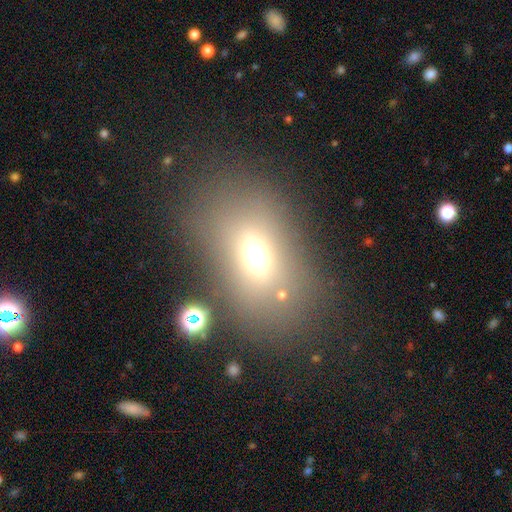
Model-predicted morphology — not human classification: A smooth galaxy with no disk features (62%) that is in between round and cigar-shaped (76%).

Vote fractions:
- Smooth or featured? smooth: 62% / star or artifact: 20% / featured or disk: 19%
- How rounded? in between: 76% / round: 21% / cigar-shaped: 3%
- Merging? none: 70% / minor disturbance: 14% / major disturbance: 9% / merger: 7%